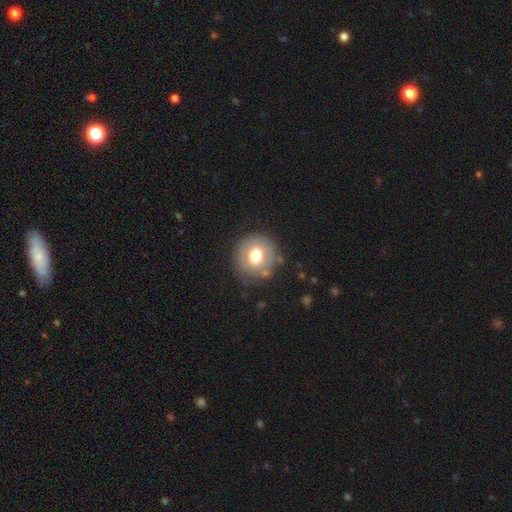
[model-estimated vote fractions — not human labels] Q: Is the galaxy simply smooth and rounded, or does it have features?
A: smooth — 60%.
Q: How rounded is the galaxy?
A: round — 84%.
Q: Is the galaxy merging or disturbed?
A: none — 77%.